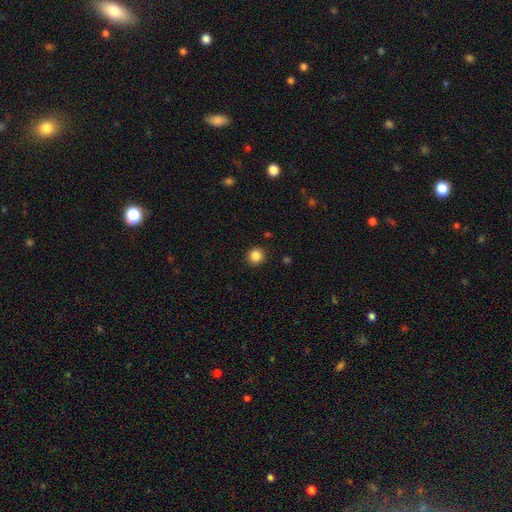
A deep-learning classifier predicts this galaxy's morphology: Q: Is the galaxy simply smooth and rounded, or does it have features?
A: smooth — 86%.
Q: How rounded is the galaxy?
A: round — 92%.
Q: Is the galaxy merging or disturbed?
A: none — 91%.